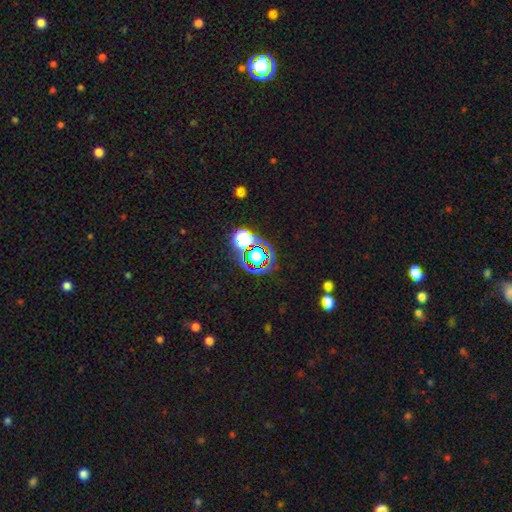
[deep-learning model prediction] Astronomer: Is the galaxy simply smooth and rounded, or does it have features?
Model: star or artifact — 56%.